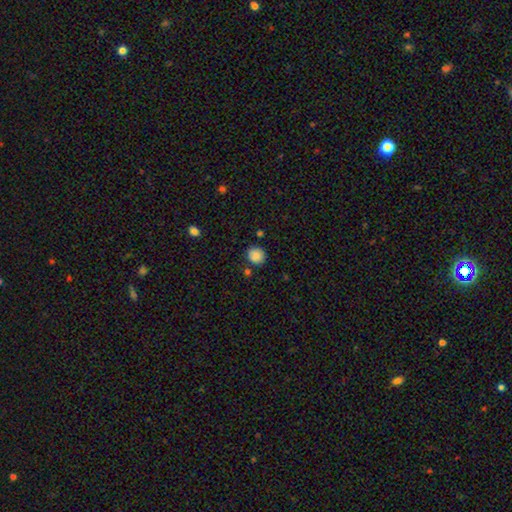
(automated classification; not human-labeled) smooth-or-featured: smooth: 86% | star or artifact: 9% | featured or disk: 4%
  how-rounded: round: 84% | in between: 15% | cigar-shaped: 1%
  merging: none: 82% | minor disturbance: 10% | merger: 5% | major disturbance: 3%